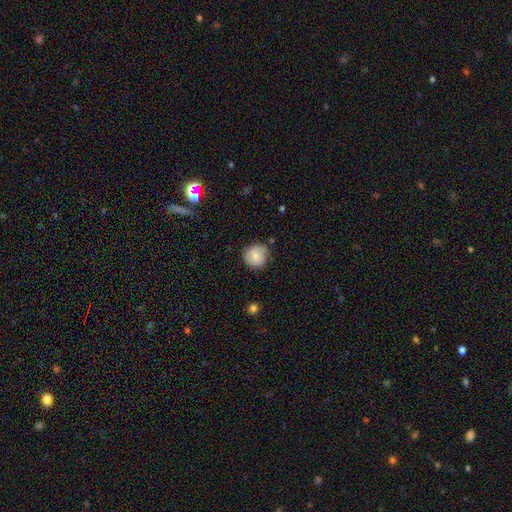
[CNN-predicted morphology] This appears to be a smooth galaxy with no disk features (75%) that is round (85%). Merging: none (68%).